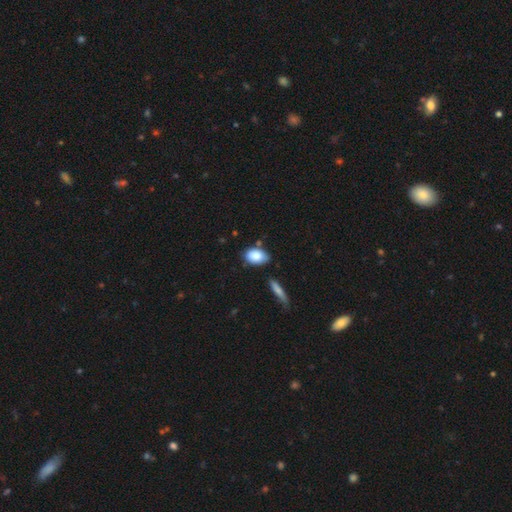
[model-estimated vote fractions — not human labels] This is clearly a smooth galaxy (84%). How rounded: clearly in between (87%). Merging: likely none (67%).